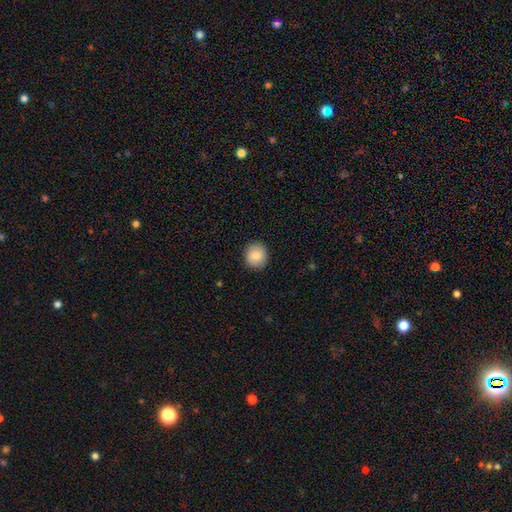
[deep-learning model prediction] Morphology: type=smooth (85%); roundness=round (89%); merging=none (91%).